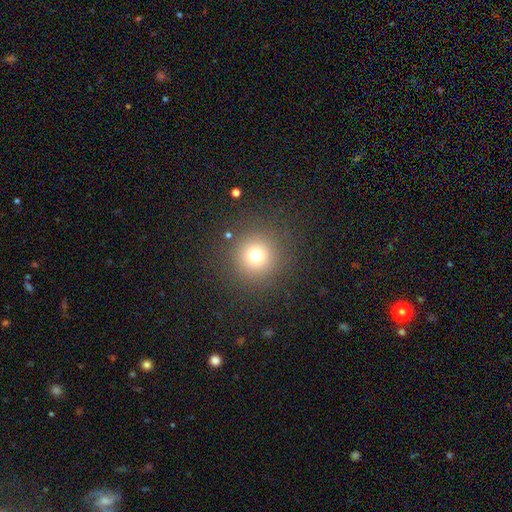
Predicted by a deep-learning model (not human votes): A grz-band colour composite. It shows a smooth galaxy with no disk features (73%) that is round (95%). Merging: none (87%).